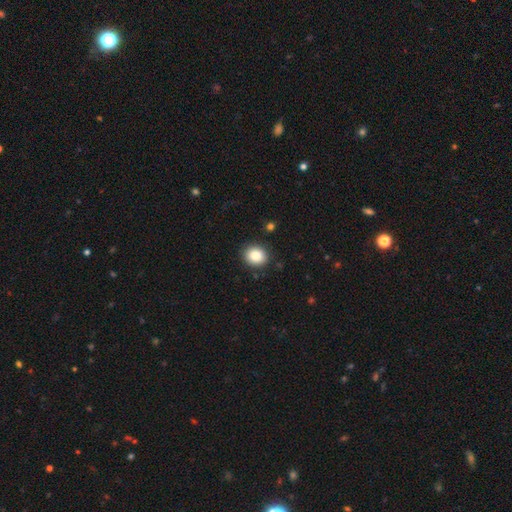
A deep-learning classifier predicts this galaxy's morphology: Overall: smooth (85%). How rounded: round (68%; in between 31%). Merging: none (89%).